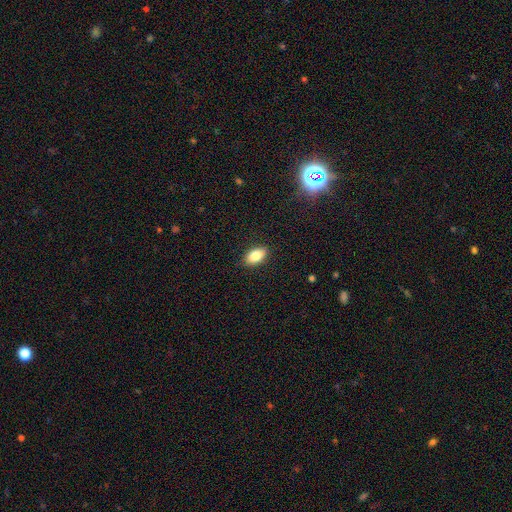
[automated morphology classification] Smooth or featured? Predicted: smooth (p=0.83). How rounded? Predicted: in between (p=0.90). Merging? Predicted: none (p=0.88).